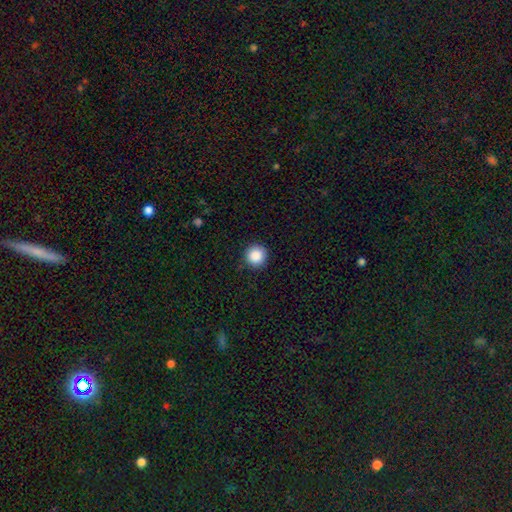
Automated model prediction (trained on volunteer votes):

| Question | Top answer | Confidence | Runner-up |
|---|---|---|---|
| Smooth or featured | smooth | 88% | star or artifact (9%) |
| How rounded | round | 96% | in between (3%) |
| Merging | none | 90% | minor disturbance (7%) |